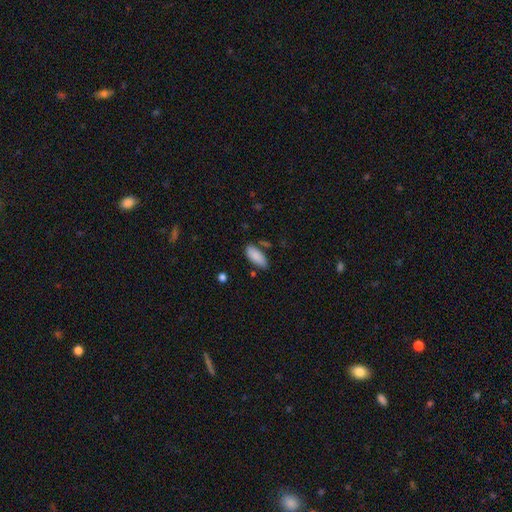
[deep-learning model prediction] This is clearly a smooth galaxy (87%). How rounded: clearly in between (86%). Merging: likely none (74%).